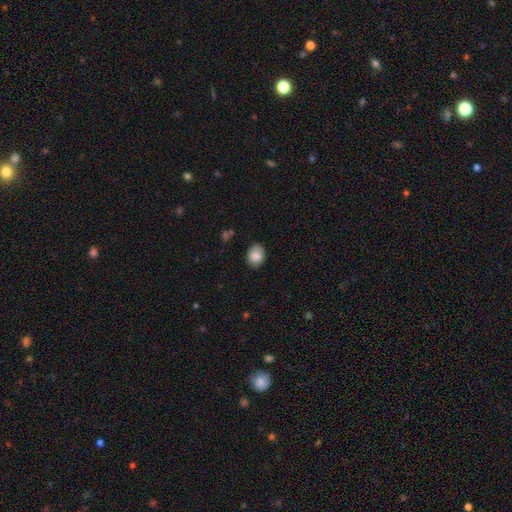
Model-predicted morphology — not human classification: type=smooth (85%); roundness=round (52%); merging=none (81%).